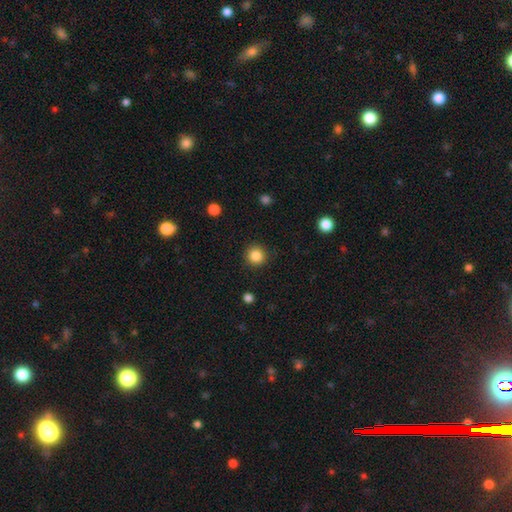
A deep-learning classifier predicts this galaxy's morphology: smooth_or_featured: smooth (p=0.86) [alt: star or artifact p=0.10]
how_rounded: round (p=0.94) [alt: in between p=0.05]
merging: none (p=0.91) [alt: minor disturbance p=0.06]